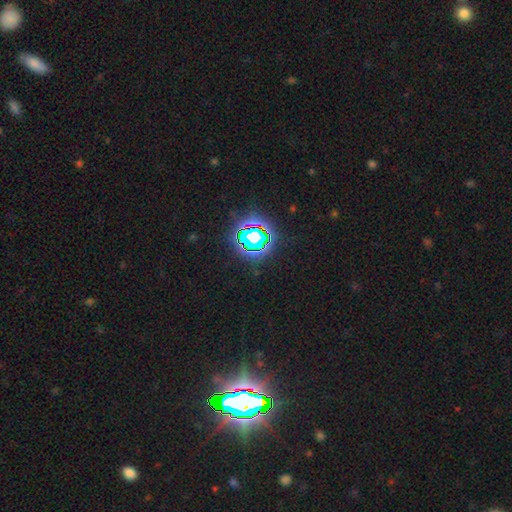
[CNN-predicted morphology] smooth-or-featured: star or artifact: 83% | smooth: 10% | featured or disk: 7%